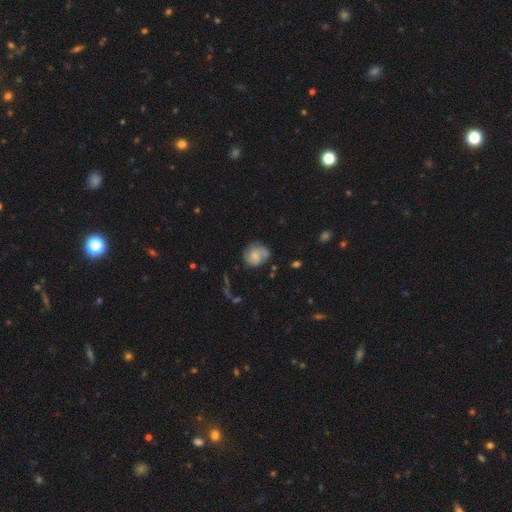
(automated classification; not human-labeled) Smooth or featured: smooth — 53% (featured or disk — 38%)
How rounded: round — 71% (in between — 28%)
Merging: none — 61% (minor disturbance — 25%)